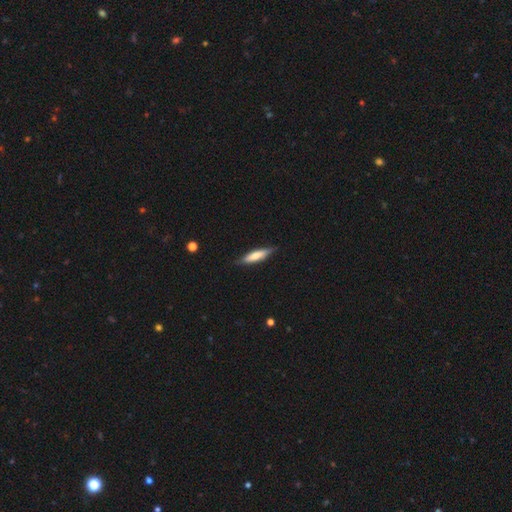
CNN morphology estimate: This is likely a smooth galaxy (65%). How rounded: likely cigar-shaped (73%). Merging: clearly none (81%).